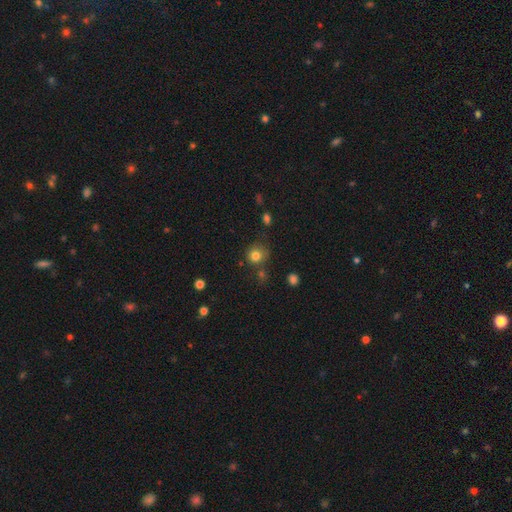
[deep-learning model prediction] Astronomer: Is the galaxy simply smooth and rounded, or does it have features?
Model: smooth — 80%.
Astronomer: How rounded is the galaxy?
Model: round — 86%.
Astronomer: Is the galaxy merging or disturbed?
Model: none — 69%.